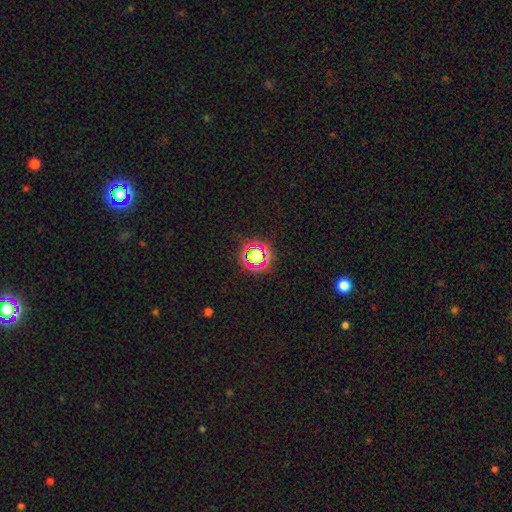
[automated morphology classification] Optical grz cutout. It shows a star or artifact, not a galaxy (54%).